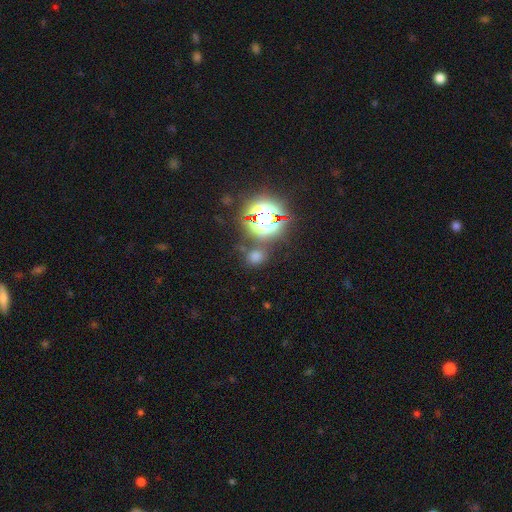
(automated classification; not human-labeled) A smooth galaxy with no disk features (56%) that is round (69%).

Vote fractions:
- Smooth or featured? smooth: 56% / star or artifact: 37% / featured or disk: 7%
- How rounded? round: 69% / in between: 29% / cigar-shaped: 2%
- Merging? none: 72% / minor disturbance: 12% / merger: 10% / major disturbance: 5%